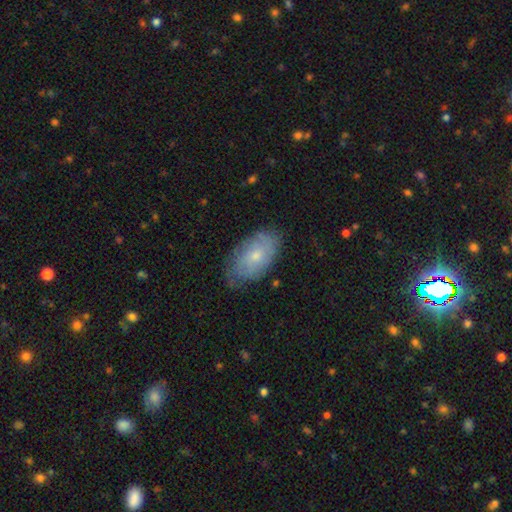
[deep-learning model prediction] Smooth or featured: featured or disk — 49% (smooth — 44%)
Merging: none — 68% (minor disturbance — 25%)